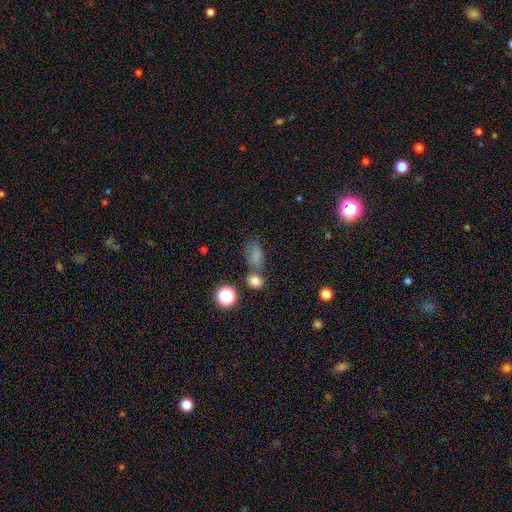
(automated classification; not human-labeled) smooth-or-featured: smooth: 73% | star or artifact: 18% | featured or disk: 9%
  how-rounded: in between: 74% | round: 23% | cigar-shaped: 3%
  merging: none: 47% | merger: 27% | minor disturbance: 18% | major disturbance: 9%